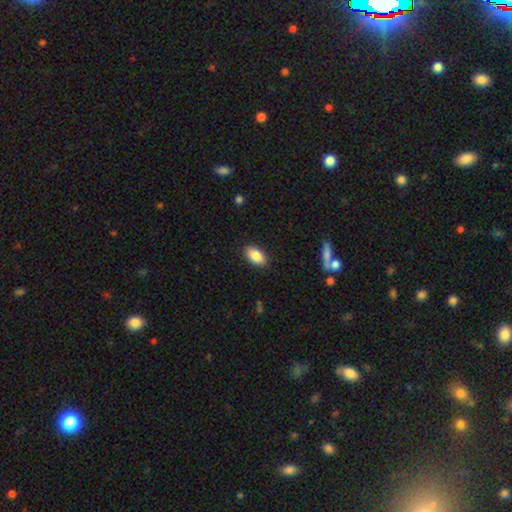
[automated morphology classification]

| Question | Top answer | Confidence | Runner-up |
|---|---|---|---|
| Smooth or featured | smooth | 86% | star or artifact (7%) |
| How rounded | in between | 93% | round (4%) |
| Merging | none | 88% | minor disturbance (9%) |